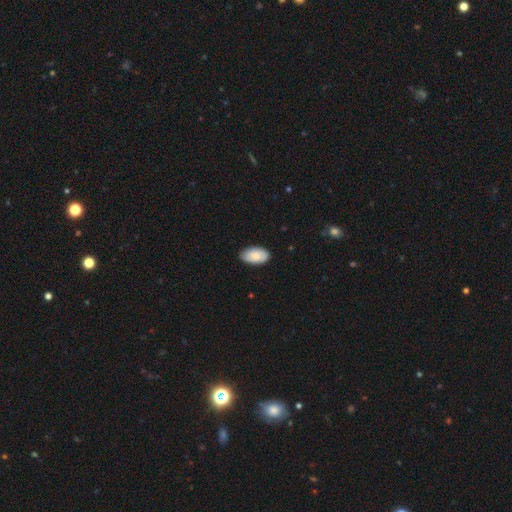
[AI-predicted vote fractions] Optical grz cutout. It shows a smooth galaxy with no disk features (84%) that is in between round and cigar-shaped (95%). Merging: none (82%).